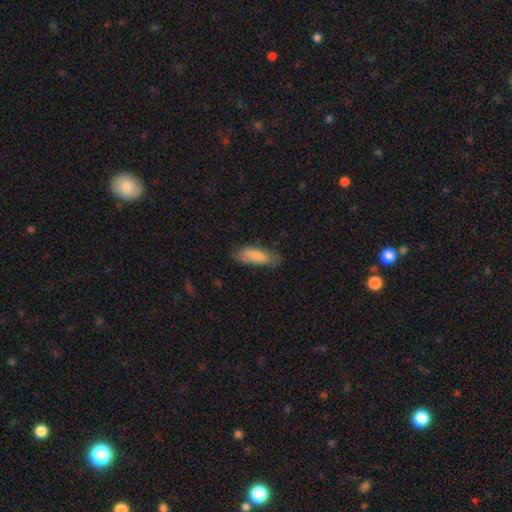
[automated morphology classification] A smooth galaxy with no disk features (79%) that is in between round and cigar-shaped (64%). Merging: none (67%).